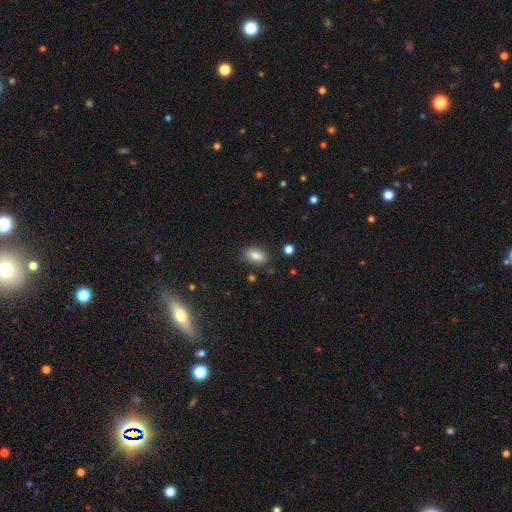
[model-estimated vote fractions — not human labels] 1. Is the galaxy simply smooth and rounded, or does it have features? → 84% smooth, 9% star or artifact, 7% featured or disk.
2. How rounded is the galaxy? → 88% in between, 8% round, 4% cigar-shaped.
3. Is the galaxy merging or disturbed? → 80% none, 14% minor disturbance, 3% major disturbance, 2% merger.